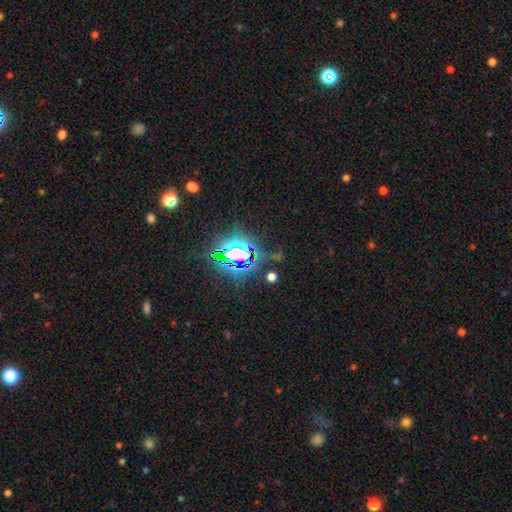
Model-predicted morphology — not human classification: Smooth or featured: star or artifact — 78% (smooth — 13%)